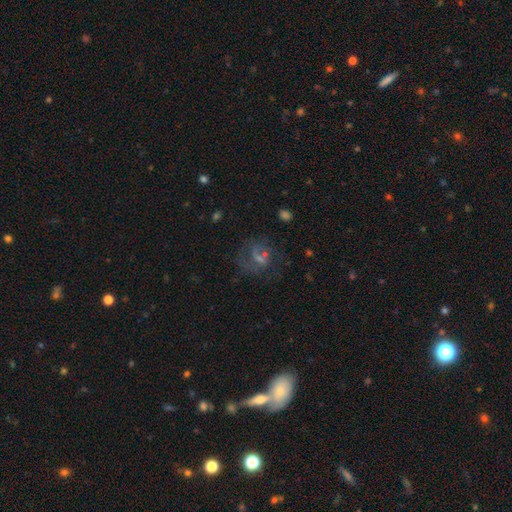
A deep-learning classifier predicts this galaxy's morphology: Q: Smooth or featured?
A: featured or disk (47%); runner-up: star or artifact (27%)
Q: Merging?
A: none (53%); runner-up: major disturbance (25%)